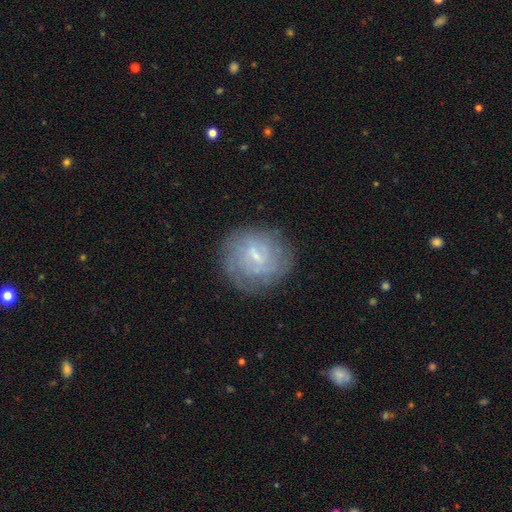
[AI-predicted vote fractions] Q: Smooth or featured?
A: featured or disk (66%); runner-up: smooth (25%)
Q: Edge-on disk?
A: no (96%); runner-up: yes (4%)
Q: Bar?
A: weak (61%); runner-up: no (23%)
Q: Spiral arms?
A: yes (81%); runner-up: no (19%)
Q: Spiral winding?
A: tight (67%); runner-up: medium (24%)
Q: Spiral arm count?
A: can't tell (56%); runner-up: 2 (17%)
Q: Bulge size?
A: small (69%); runner-up: moderate (17%)
Q: Merging?
A: none (78%); runner-up: minor disturbance (14%)